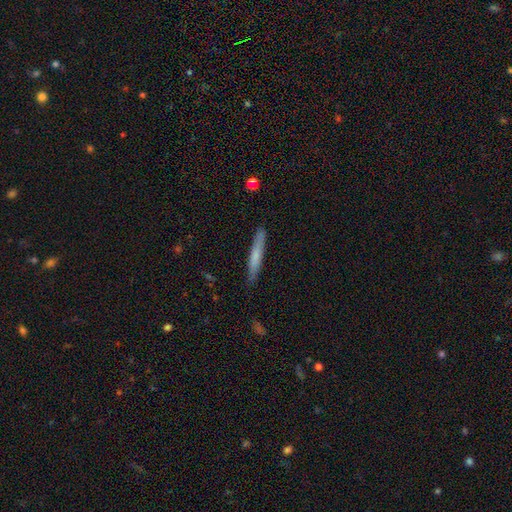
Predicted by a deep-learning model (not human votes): Morphology: type=smooth (66%); roundness=cigar-shaped (95%); merging=none (86%).